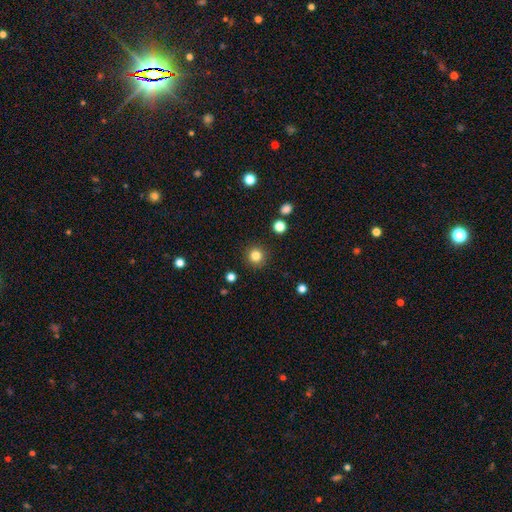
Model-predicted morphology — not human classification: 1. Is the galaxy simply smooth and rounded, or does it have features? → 83% smooth, 12% star or artifact, 5% featured or disk.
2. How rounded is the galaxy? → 94% round, 5% in between, 1% cigar-shaped.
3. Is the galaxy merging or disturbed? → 91% none, 5% minor disturbance, 2% major disturbance, 1% merger.